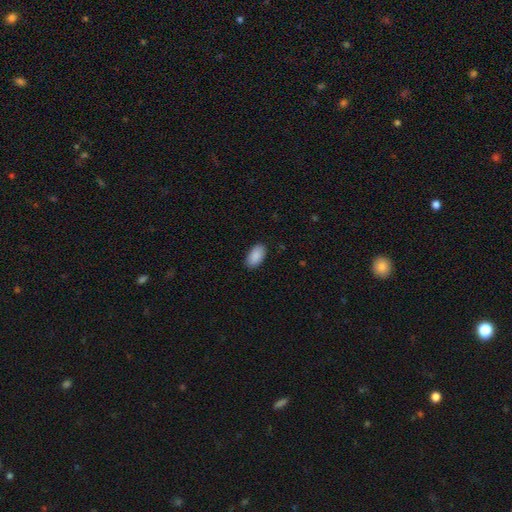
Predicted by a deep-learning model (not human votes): Smooth or featured?
  - smooth: 91% *
  - star or artifact: 6%
  - featured or disk: 3%
How rounded?
  - in between: 95% *
  - round: 3%
  - cigar-shaped: 2%
Merging?
  - none: 88% *
  - minor disturbance: 10%
  - major disturbance: 2%
  - merger: 1%